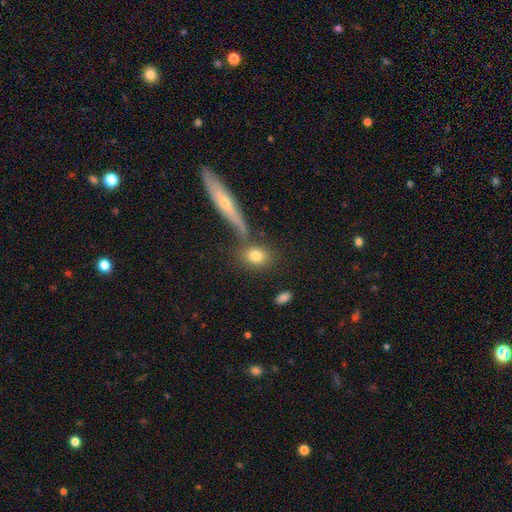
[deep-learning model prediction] This appears to be a smooth galaxy with no disk features (78%) that is in between round and cigar-shaped (47%, tied with round). Merging: none (68%).